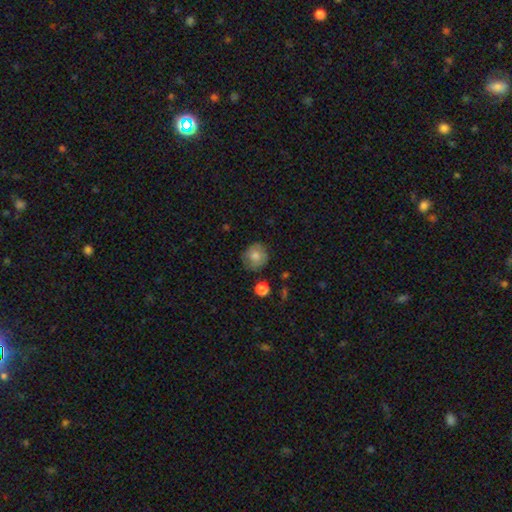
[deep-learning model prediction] Smooth or featured: smooth — 75% (featured or disk — 16%)
How rounded: round — 86% (in between — 13%)
Merging: none — 76% (minor disturbance — 17%)